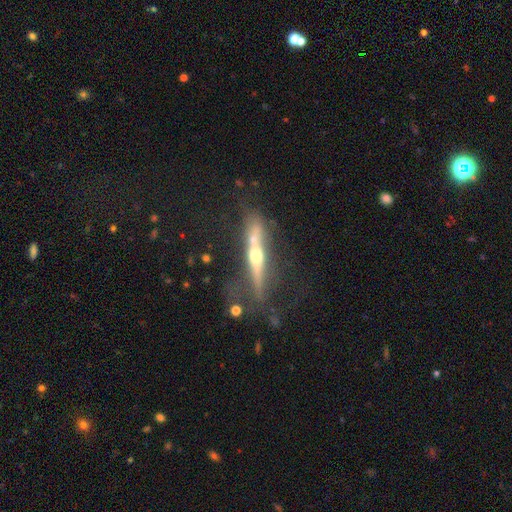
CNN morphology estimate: Smooth or featured: featured or disk — 70% (smooth — 23%)
Edge-on disk: yes — 92% (no — 8%)
Edge-on bulge: rounded — 89% (none — 6%)
Merging: none — 50% (minor disturbance — 20%)